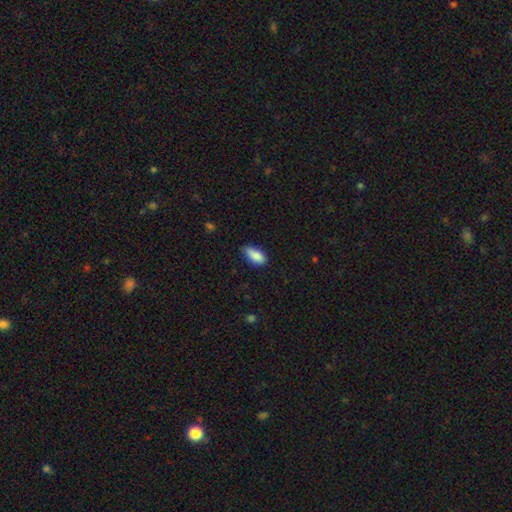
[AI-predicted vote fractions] smooth 87%, star or artifact 7%, featured or disk 6%. Down the decision tree: how rounded — in between (89%); merging — none (54%).